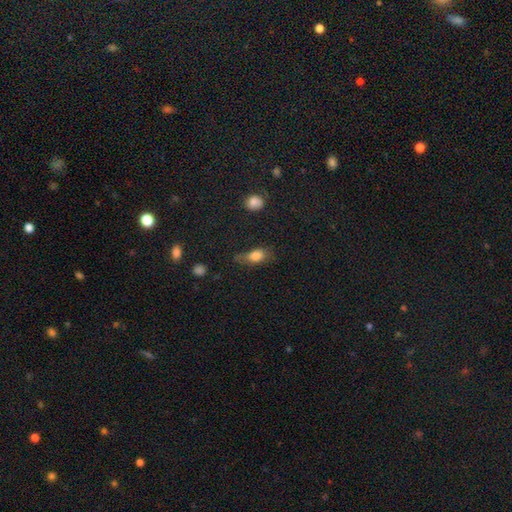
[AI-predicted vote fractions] This is likely a smooth galaxy (78%). How rounded: likely in between (76%). Merging: possibly none (52%).